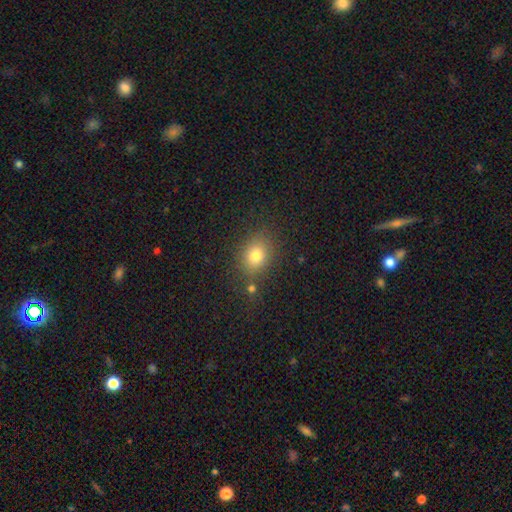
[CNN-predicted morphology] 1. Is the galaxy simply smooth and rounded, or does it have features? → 78% smooth, 13% star or artifact, 9% featured or disk.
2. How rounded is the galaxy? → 53% in between, 46% round, 1% cigar-shaped.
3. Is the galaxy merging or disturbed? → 76% none, 12% minor disturbance, 7% merger, 5% major disturbance.